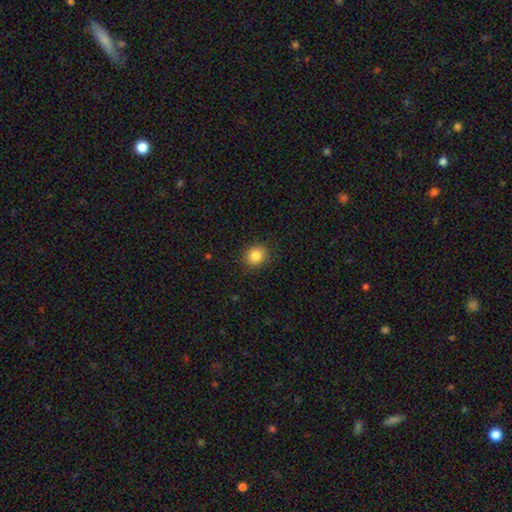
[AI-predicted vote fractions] Morphology: type=smooth (84%); roundness=round (77%); merging=none (89%).